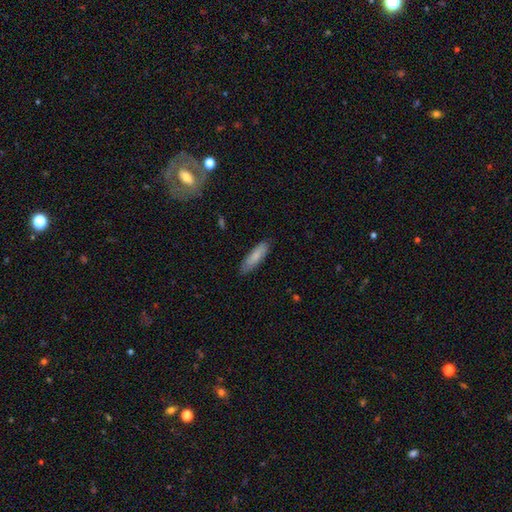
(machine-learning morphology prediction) Overall: smooth (76%). How rounded: cigar-shaped (53%; in between 46%). Merging: none (83%).